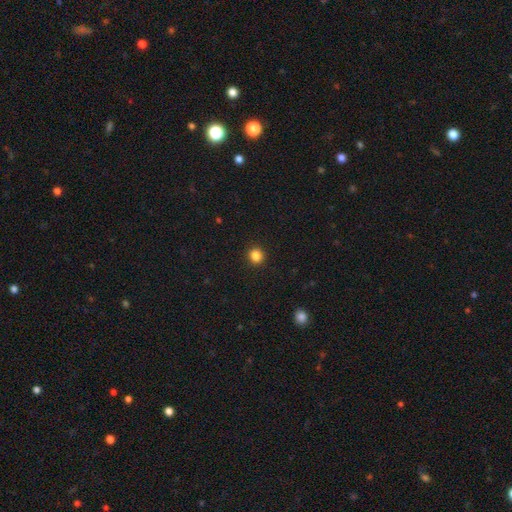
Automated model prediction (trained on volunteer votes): Smooth or featured: smooth — 85% (star or artifact — 12%)
How rounded: round — 85% (in between — 14%)
Merging: none — 91% (minor disturbance — 6%)